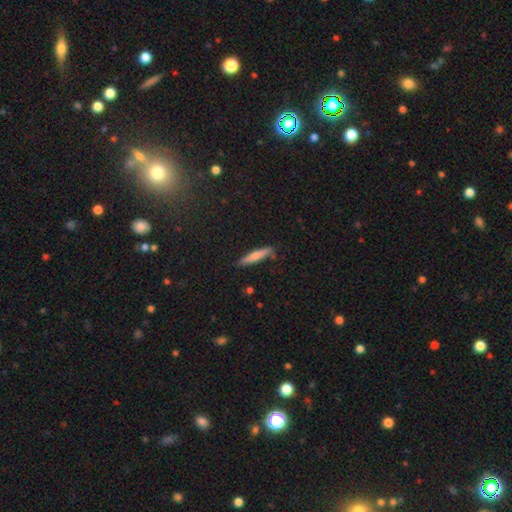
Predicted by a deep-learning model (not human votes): This appears to be a smooth galaxy with no disk features (68%) that is cigar-shaped (90%). Merging: none (84%).